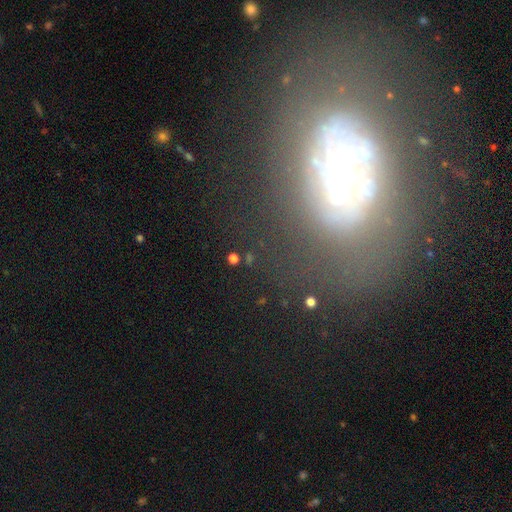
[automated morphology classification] Smooth or featured? Predicted: featured or disk (p=0.73). Edge-on disk? Predicted: no (p=0.94). Bar? Predicted: no (p=0.76). Spiral arms? Predicted: yes (p=0.72). Bulge size? Predicted: small (p=0.53). Merging? Predicted: none (p=0.58).